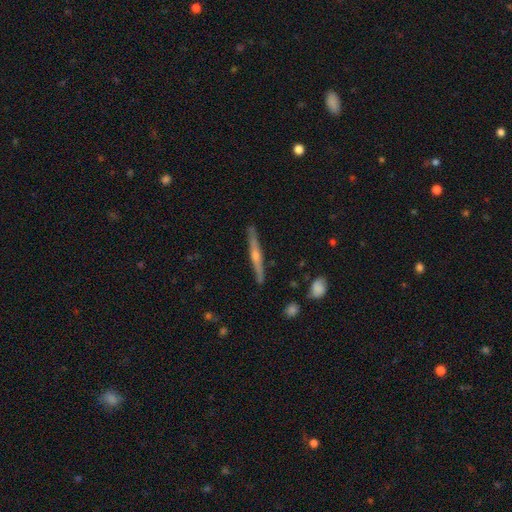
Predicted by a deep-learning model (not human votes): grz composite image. It shows a featured or disk galaxy (72%) viewed edge-on (96%) with a rounded central bulge (87%). Merging: none (88%).